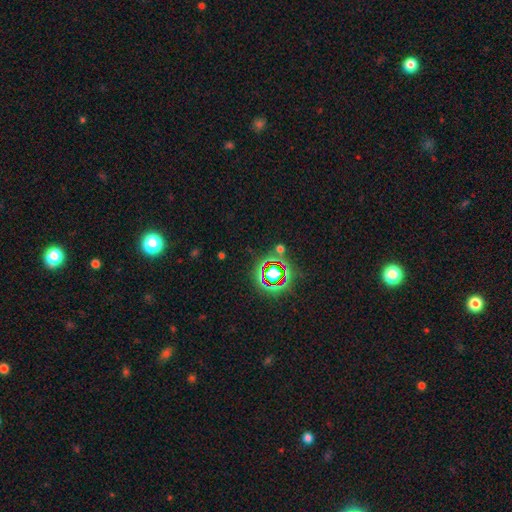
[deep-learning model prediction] Smooth or featured?
  - star or artifact: 76% *
  - smooth: 14%
  - featured or disk: 9%